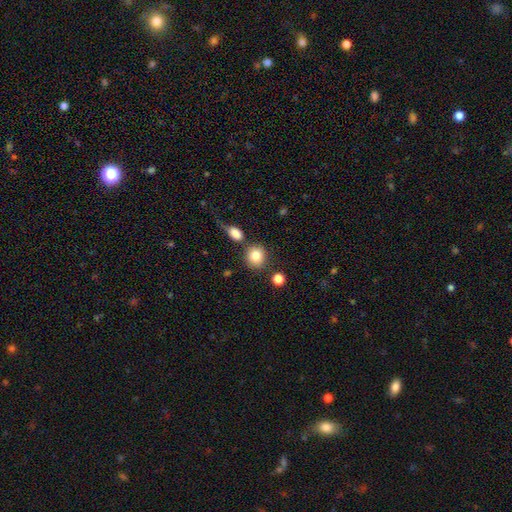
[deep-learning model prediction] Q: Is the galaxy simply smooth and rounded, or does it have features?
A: smooth — 82%.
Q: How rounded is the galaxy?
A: round — 84%.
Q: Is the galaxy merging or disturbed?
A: none — 74%.